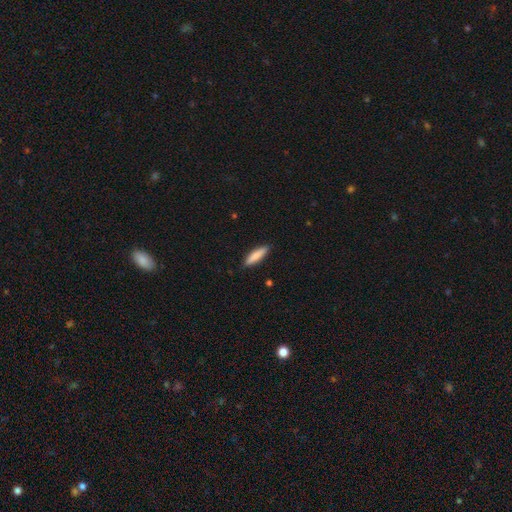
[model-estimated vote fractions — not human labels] This appears to be a smooth galaxy with no disk features (81%) that is cigar-shaped (74%). Merging: none (88%).